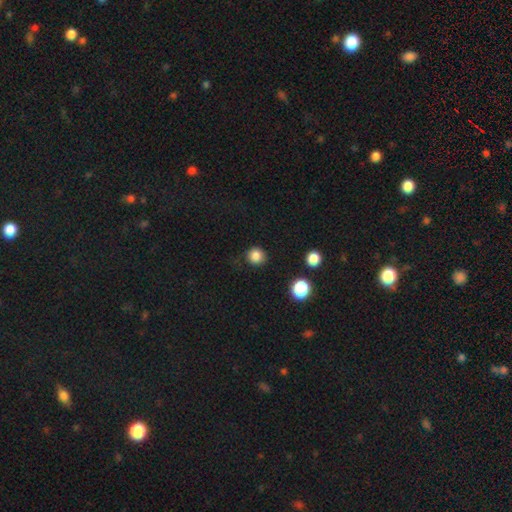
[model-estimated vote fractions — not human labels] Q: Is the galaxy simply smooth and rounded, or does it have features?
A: smooth — 84%.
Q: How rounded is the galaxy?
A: round — 91%.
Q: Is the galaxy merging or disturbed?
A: none — 84%.